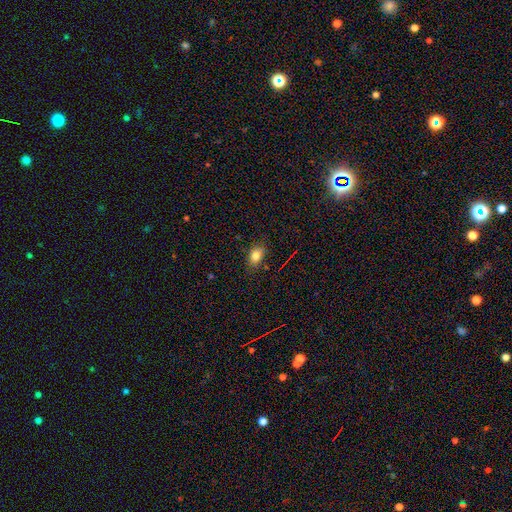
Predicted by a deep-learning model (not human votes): Smooth or featured? Predicted: smooth (p=0.81). How rounded? Predicted: in between (p=0.79). Merging? Predicted: none (p=0.80).